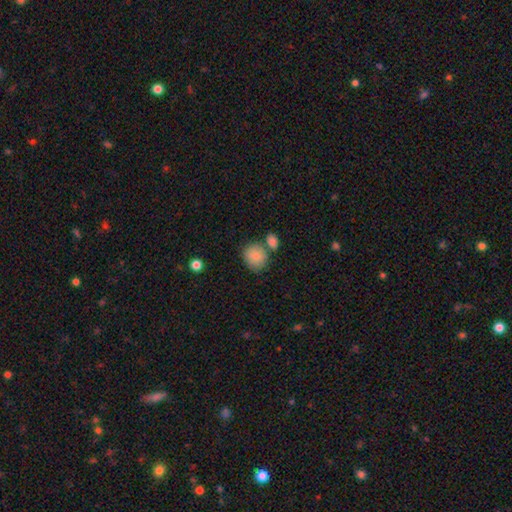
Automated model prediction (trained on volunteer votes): The model was most divided on "merging": none: 61%, merger: 23%, minor disturbance: 13%, major disturbance: 4%. More confident: smooth or featured — smooth (85%); how rounded — round (72%).